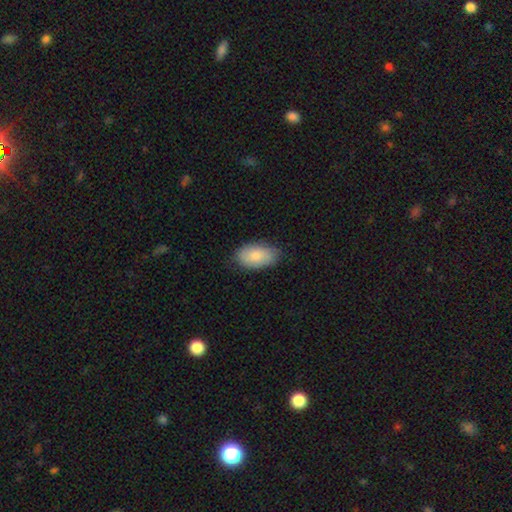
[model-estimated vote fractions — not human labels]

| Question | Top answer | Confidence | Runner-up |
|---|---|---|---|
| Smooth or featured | smooth | 83% | featured or disk (11%) |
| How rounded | in between | 94% | round (4%) |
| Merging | none | 81% | minor disturbance (16%) |